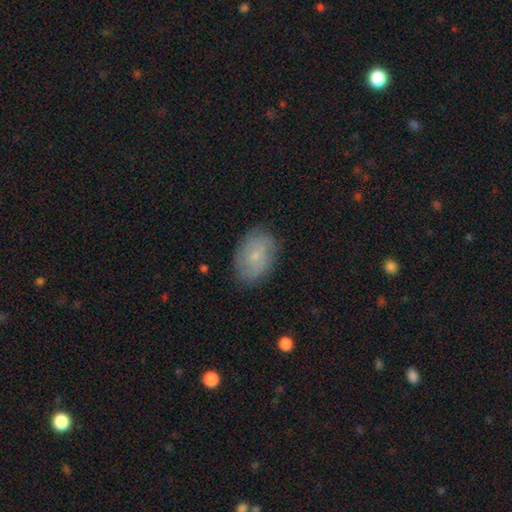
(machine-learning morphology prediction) The model was most divided on "smooth or featured": featured or disk: 47%, smooth: 43%, star or artifact: 10%. More confident: merging — none (80%).